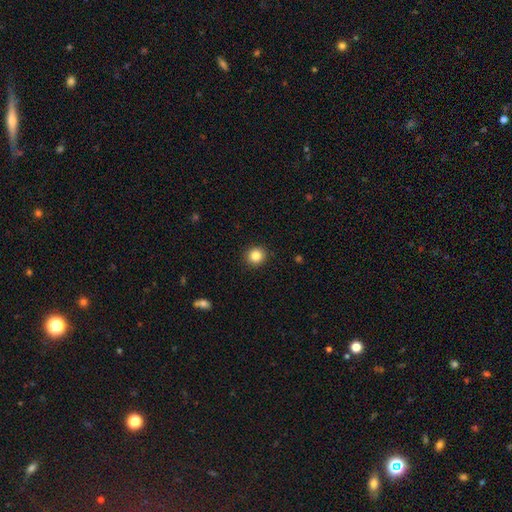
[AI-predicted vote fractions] This is clearly a smooth galaxy (85%). How rounded: clearly round (92%). Merging: clearly none (92%).